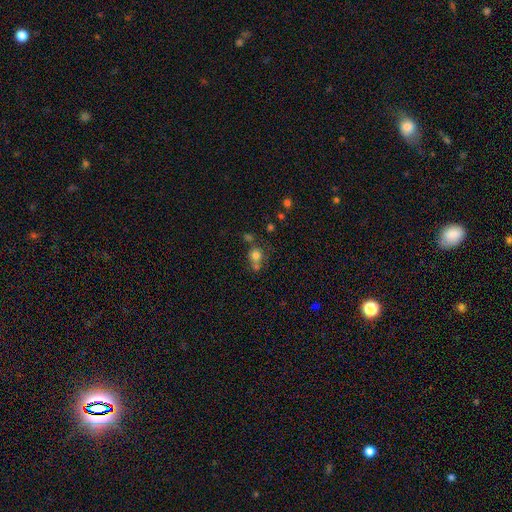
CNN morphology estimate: Smooth or featured?
  - smooth: 74% *
  - star or artifact: 15%
  - featured or disk: 12%
How rounded?
  - round: 79% *
  - in between: 20%
  - cigar-shaped: 1%
Merging?
  - none: 45% *
  - merger: 37%
  - minor disturbance: 12%
  - major disturbance: 6%